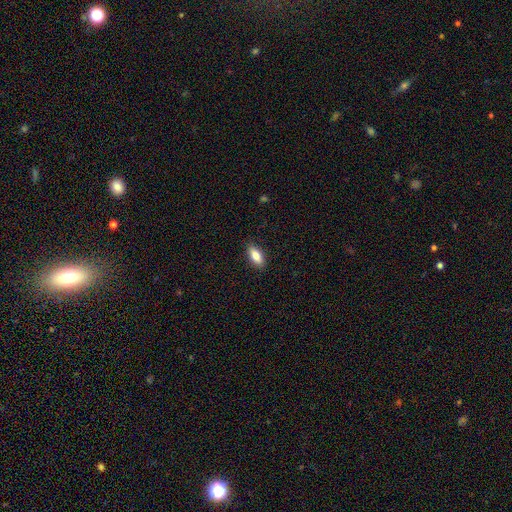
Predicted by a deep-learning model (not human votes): Smooth or featured? smooth (83%)
How rounded? in between (83%)
Merging? none (88%)